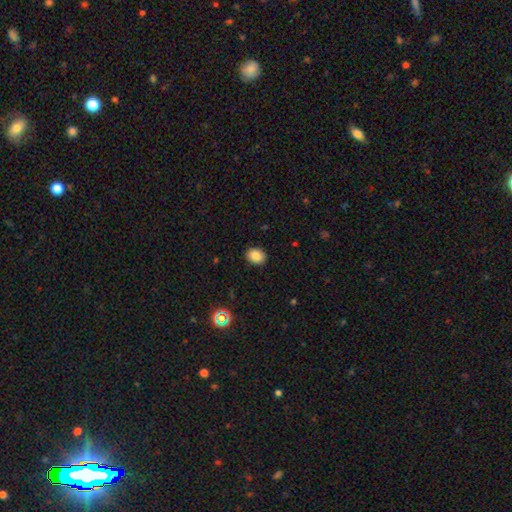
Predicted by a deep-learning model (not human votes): Q: Smooth or featured?
A: smooth (85%); runner-up: star or artifact (10%)
Q: How rounded?
A: in between (58%); runner-up: round (41%)
Q: Merging?
A: none (90%); runner-up: minor disturbance (7%)